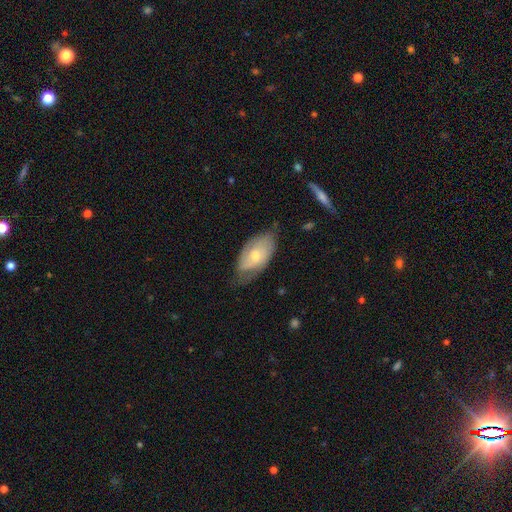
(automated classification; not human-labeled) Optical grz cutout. It shows a featured or disk galaxy (49%). Merging: none (56%).